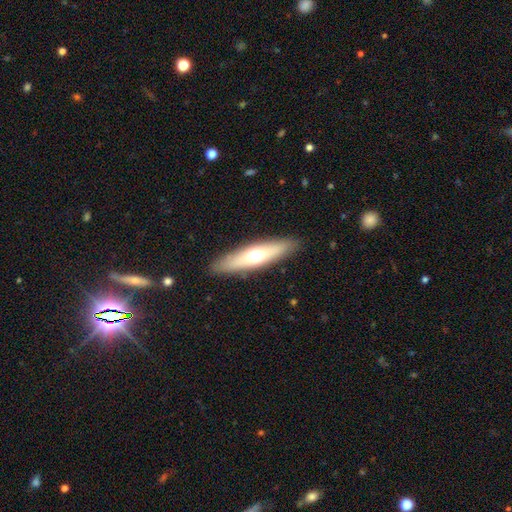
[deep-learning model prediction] Q: Smooth or featured?
A: smooth (53%); runner-up: featured or disk (41%)
Q: How rounded?
A: cigar-shaped (68%); runner-up: in between (30%)
Q: Merging?
A: none (88%); runner-up: minor disturbance (8%)